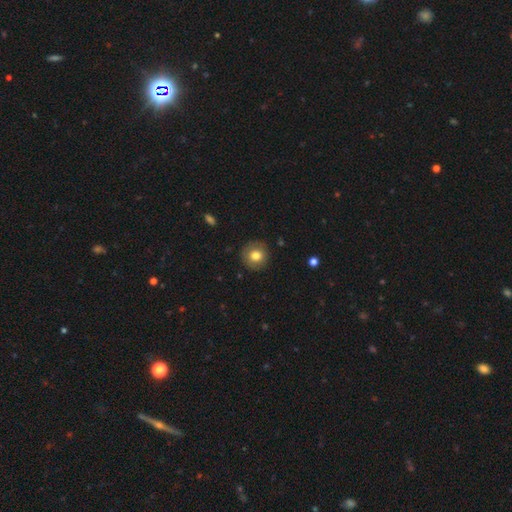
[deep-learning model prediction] Q: Smooth or featured?
A: smooth (77%); runner-up: featured or disk (14%)
Q: How rounded?
A: round (92%); runner-up: in between (7%)
Q: Merging?
A: none (88%); runner-up: minor disturbance (9%)